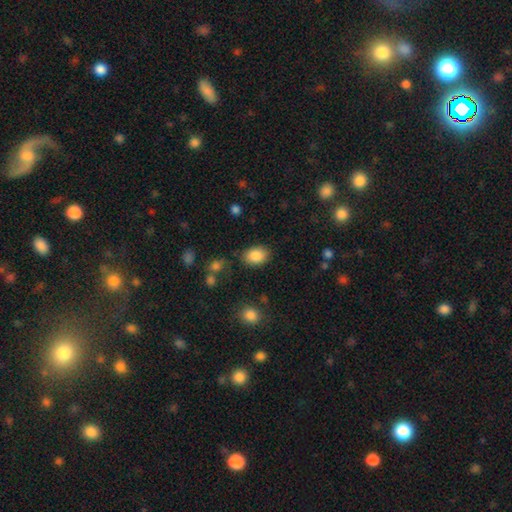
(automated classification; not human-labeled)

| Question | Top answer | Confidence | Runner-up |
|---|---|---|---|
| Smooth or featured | smooth | 87% | star or artifact (8%) |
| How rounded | in between | 77% | round (22%) |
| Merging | none | 81% | minor disturbance (13%) |